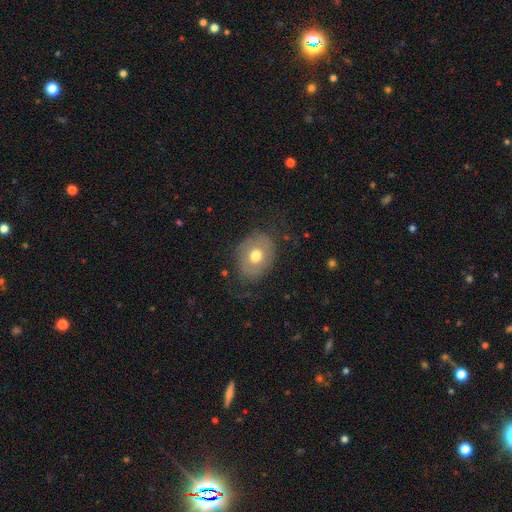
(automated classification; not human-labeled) smooth-or-featured: smooth: 58% | featured or disk: 34% | star or artifact: 8%
  how-rounded: in between: 60% | round: 39% | cigar-shaped: 1%
  merging: none: 70% | minor disturbance: 19% | major disturbance: 10% | merger: 1%